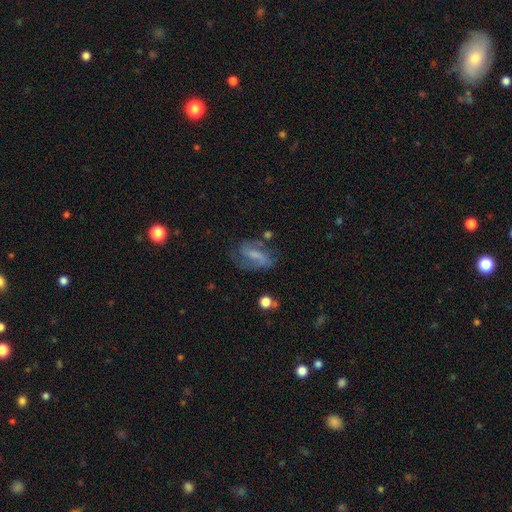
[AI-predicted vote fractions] Smooth or featured? featured or disk (63%)
Edge-on disk? no (94%)
Bar? weak (43%)
Spiral arms? yes (85%)
Spiral winding? medium (45%)
Spiral arm count? 2 (74%)
Bulge size? none (34%)
Merging? none (57%)